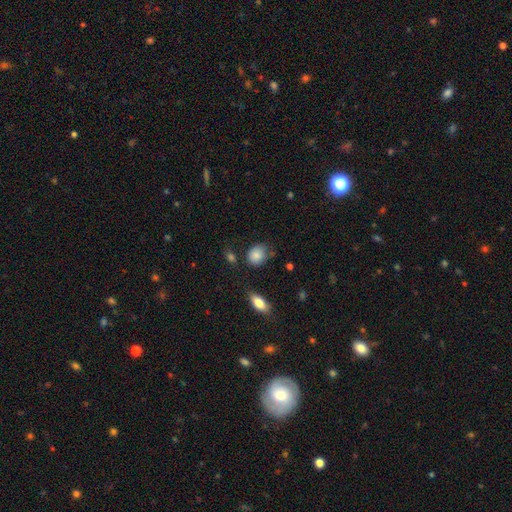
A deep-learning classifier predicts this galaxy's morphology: smooth_or_featured: smooth (p=0.85) [alt: star or artifact p=0.08]
how_rounded: round (p=0.53) [alt: in between p=0.45]
merging: none (p=0.68) [alt: minor disturbance p=0.22]